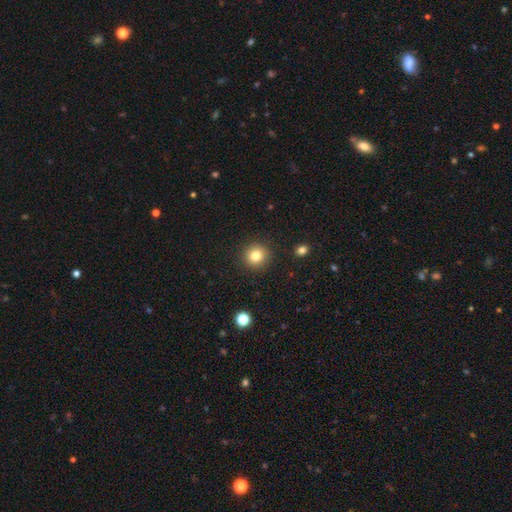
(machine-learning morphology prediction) smooth-or-featured: smooth: 81% | star or artifact: 12% | featured or disk: 7%
  how-rounded: round: 93% | in between: 6% | cigar-shaped: 1%
  merging: none: 91% | minor disturbance: 5% | major disturbance: 2% | merger: 1%